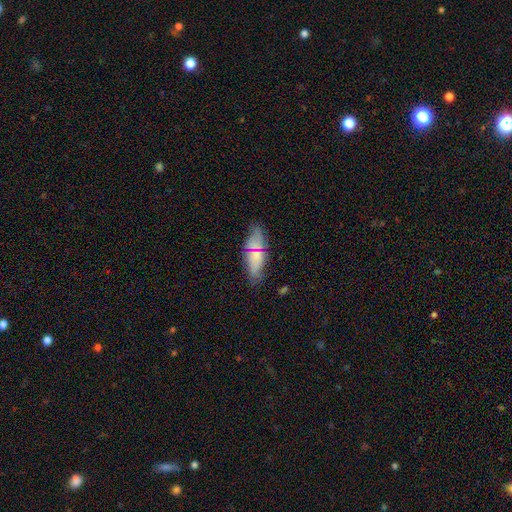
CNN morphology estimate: A smooth galaxy with no disk features (64%) that is in between round and cigar-shaped (75%).

Vote fractions:
- Smooth or featured? smooth: 64% / featured or disk: 24% / star or artifact: 12%
- How rounded? in between: 75% / cigar-shaped: 21% / round: 4%
- Merging? none: 70% / minor disturbance: 21% / major disturbance: 6% / merger: 3%